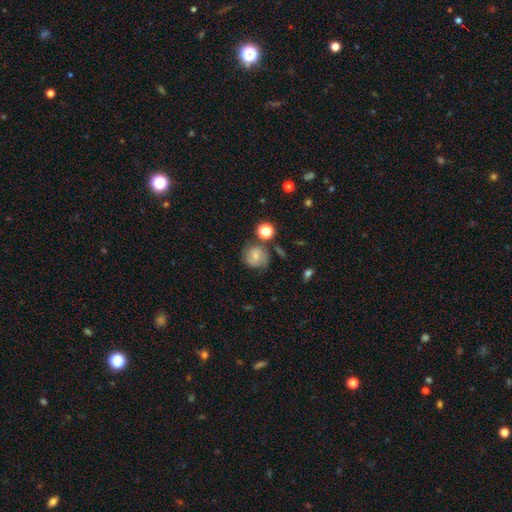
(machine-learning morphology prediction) Smooth or featured: smooth — 60% (featured or disk — 29%)
How rounded: round — 83% (in between — 16%)
Merging: none — 62% (minor disturbance — 21%)